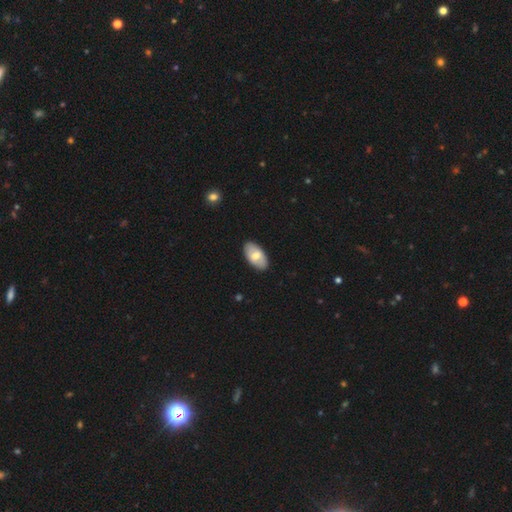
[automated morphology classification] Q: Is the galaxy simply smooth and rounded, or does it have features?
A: smooth — 64%.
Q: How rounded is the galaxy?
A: in between — 95%.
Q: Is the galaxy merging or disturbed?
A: none — 88%.